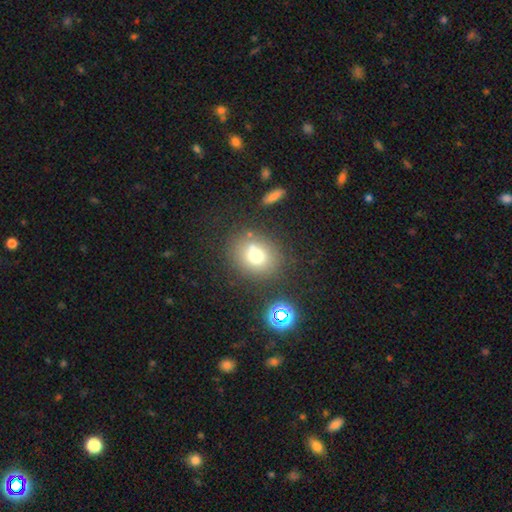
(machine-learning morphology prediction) smooth 70%, star or artifact 16%, featured or disk 14%. Down the decision tree: how rounded — round (68%); merging — none (72%).